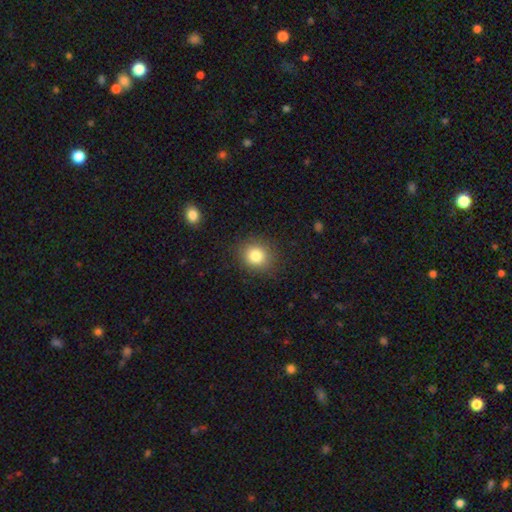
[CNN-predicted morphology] Smooth or featured? smooth (82%)
How rounded? round (78%)
Merging? none (88%)